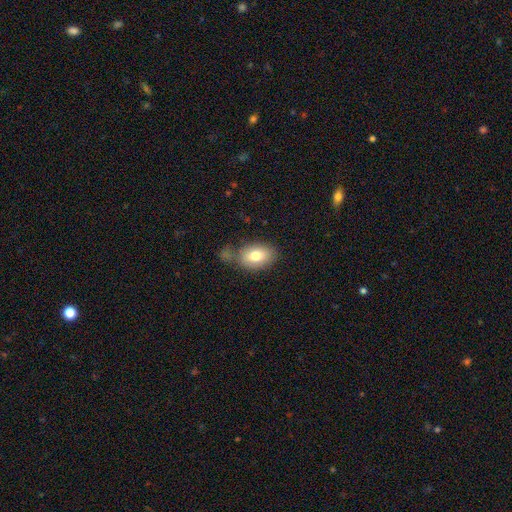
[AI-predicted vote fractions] Smooth or featured: smooth — 77% (featured or disk — 15%)
How rounded: in between — 85% (round — 14%)
Merging: none — 64% (minor disturbance — 17%)